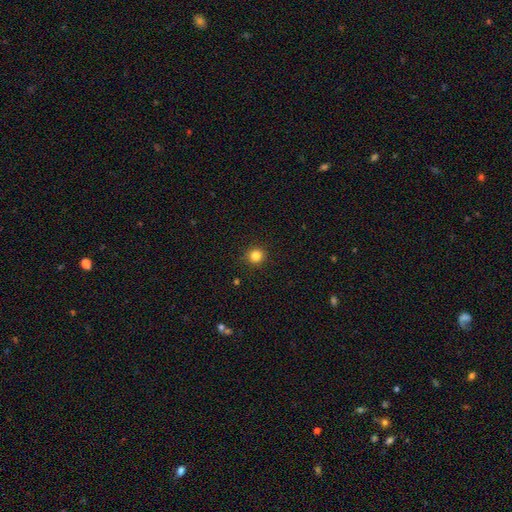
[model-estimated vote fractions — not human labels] Q: Smooth or featured?
A: smooth (83%); runner-up: star or artifact (13%)
Q: How rounded?
A: round (93%); runner-up: in between (6%)
Q: Merging?
A: none (91%); runner-up: minor disturbance (6%)